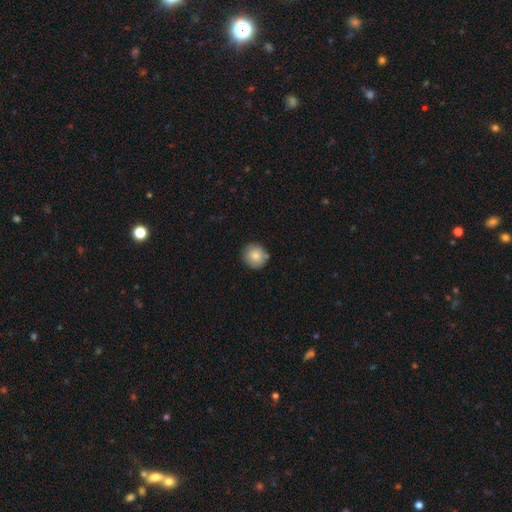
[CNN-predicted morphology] Smooth or featured? smooth (82%)
How rounded? round (91%)
Merging? none (83%)